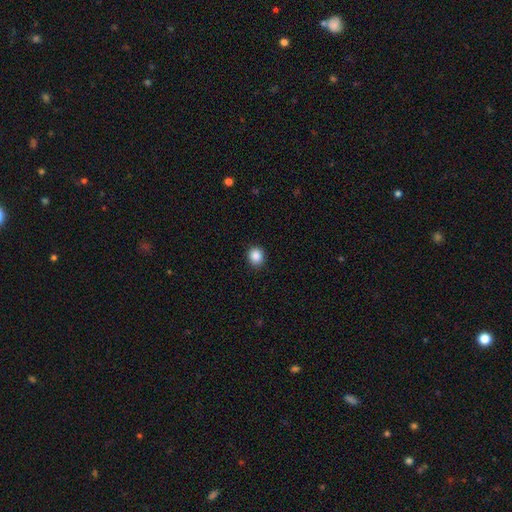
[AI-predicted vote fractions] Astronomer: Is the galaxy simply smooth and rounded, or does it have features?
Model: smooth — 87%.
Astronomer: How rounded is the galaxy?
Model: round — 83%.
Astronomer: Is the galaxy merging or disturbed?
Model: none — 91%.